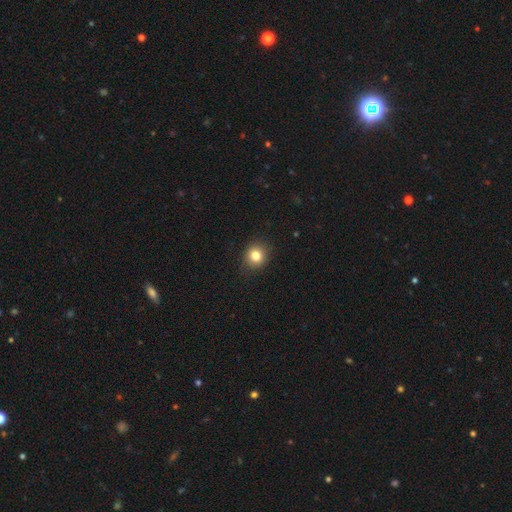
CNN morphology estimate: Smooth or featured: smooth — 82% (star or artifact — 12%)
How rounded: round — 82% (in between — 17%)
Merging: none — 88% (minor disturbance — 8%)